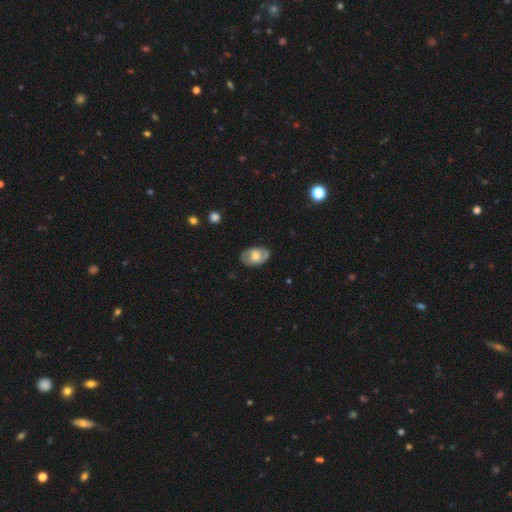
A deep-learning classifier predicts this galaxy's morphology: Q: Smooth or featured?
A: featured or disk (48%); runner-up: smooth (46%)
Q: Merging?
A: none (74%); runner-up: minor disturbance (20%)